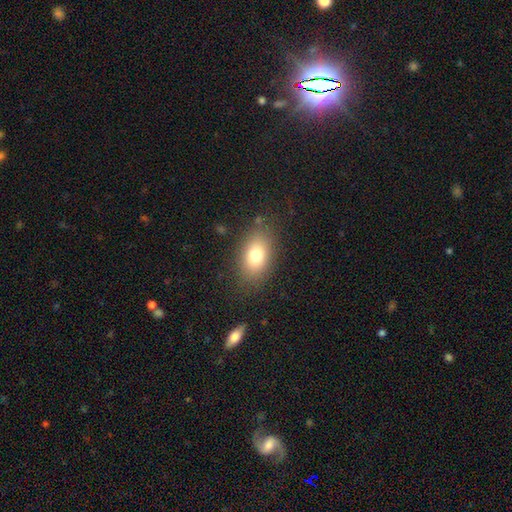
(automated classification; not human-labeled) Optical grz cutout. It shows a smooth galaxy with no disk features (77%) that is in between round and cigar-shaped (86%). Merging: none (82%).